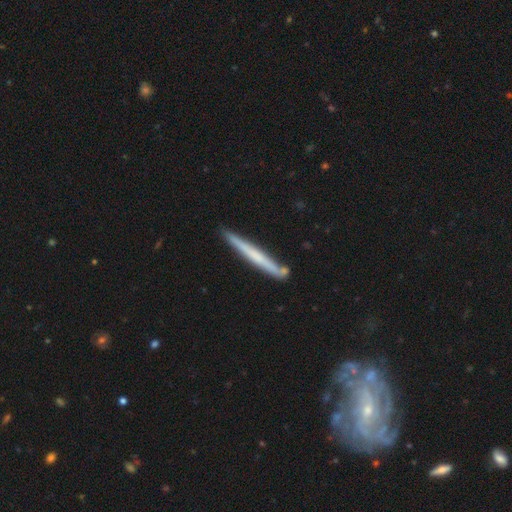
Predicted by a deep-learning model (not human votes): Overall: featured or disk (49%; smooth 46%). Merging: none (83%).